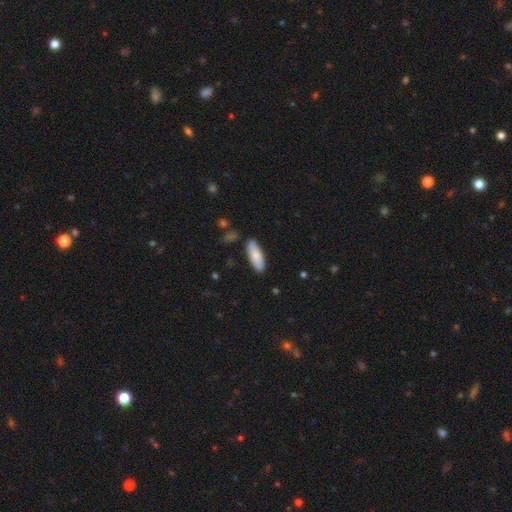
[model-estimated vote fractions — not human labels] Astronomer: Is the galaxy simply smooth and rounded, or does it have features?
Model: smooth — 83%.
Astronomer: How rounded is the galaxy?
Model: in between — 58% (runner-up: cigar-shaped, 41%).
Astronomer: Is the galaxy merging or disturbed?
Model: none — 86%.